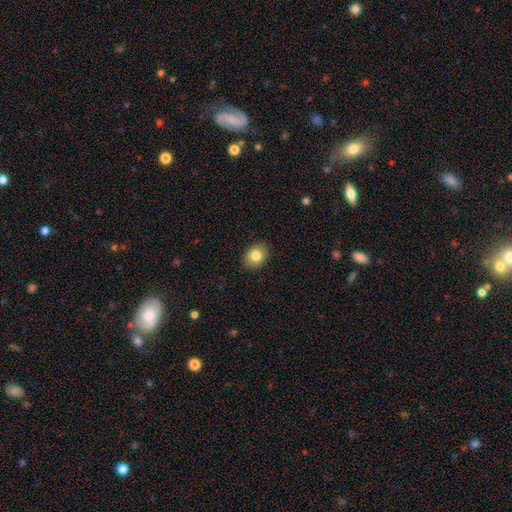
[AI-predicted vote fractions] Overall: smooth (83%). How rounded: in between (54%; round 45%). Merging: none (89%).